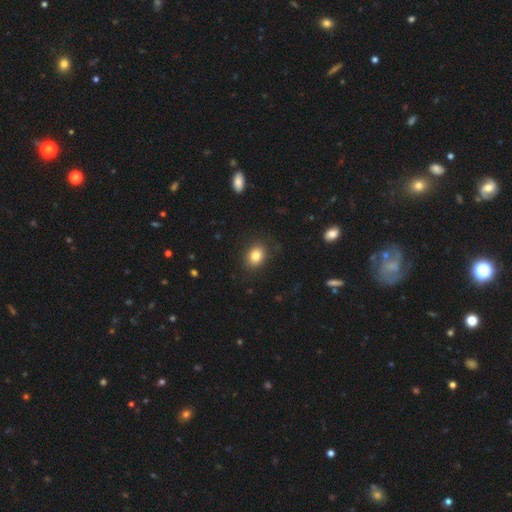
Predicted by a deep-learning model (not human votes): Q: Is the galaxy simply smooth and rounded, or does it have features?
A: smooth — 83%.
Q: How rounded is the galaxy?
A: in between — 58%.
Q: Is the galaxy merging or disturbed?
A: none — 84%.